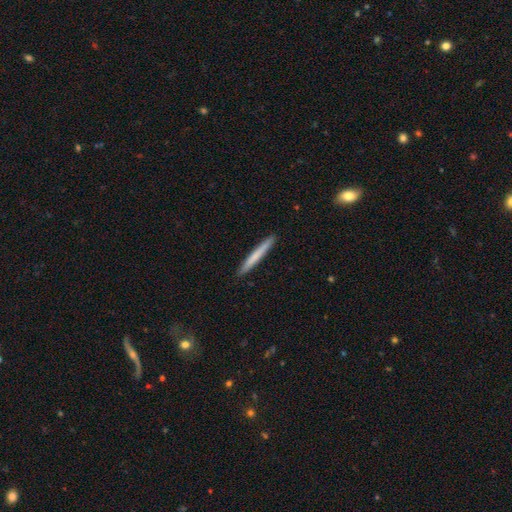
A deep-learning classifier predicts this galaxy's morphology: A smooth galaxy with no disk features (66%) that is cigar-shaped (97%).

Vote fractions:
- Smooth or featured? smooth: 66% / featured or disk: 29% / star or artifact: 5%
- How rounded? cigar-shaped: 97% / in between: 2% / round: 1%
- Merging? none: 93% / minor disturbance: 5% / major disturbance: 1% / merger: 1%